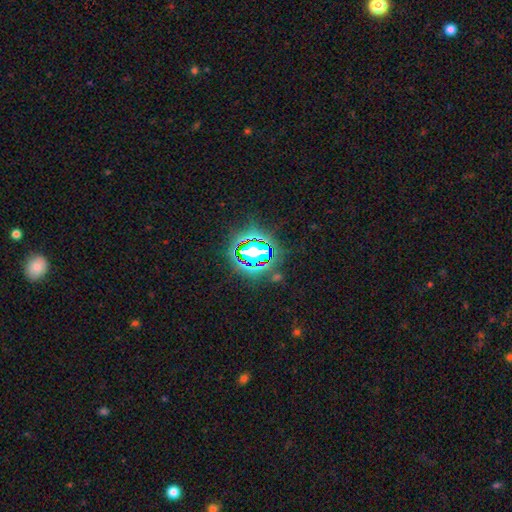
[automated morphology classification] Overall: star or artifact (74%).